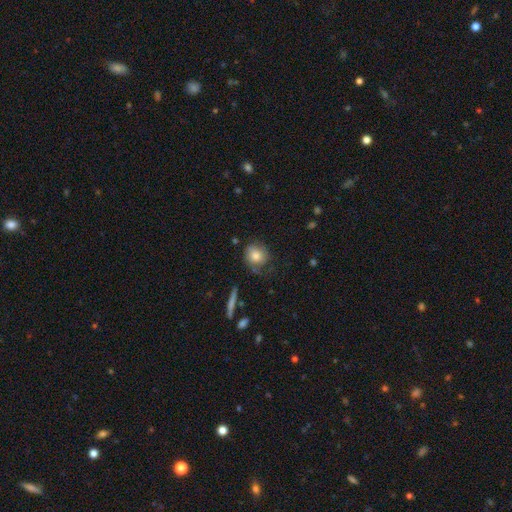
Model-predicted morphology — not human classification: The model was most divided on "merging": none: 62%, minor disturbance: 23%, major disturbance: 12%, merger: 3%. More confident: how rounded — round (78%); smooth or featured — smooth (71%).